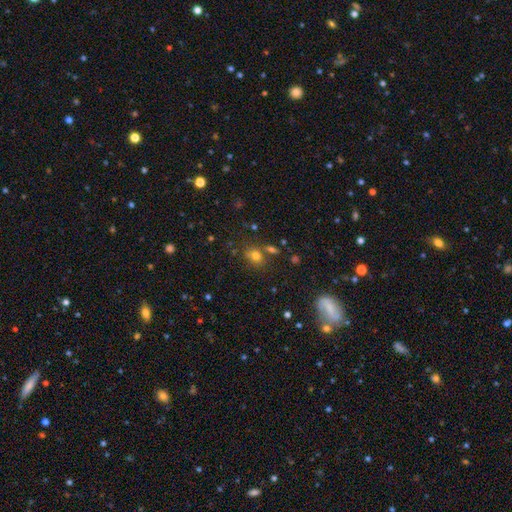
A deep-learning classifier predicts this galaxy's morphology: Q: Smooth or featured?
A: smooth (73%); runner-up: star or artifact (18%)
Q: How rounded?
A: round (49%); tied with: in between (49%)
Q: Merging?
A: none (66%); runner-up: merger (15%)